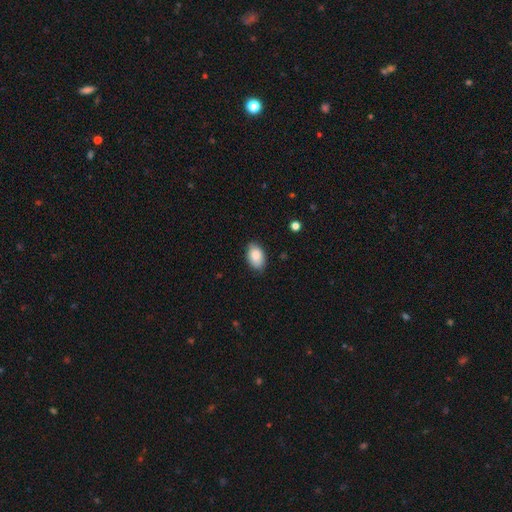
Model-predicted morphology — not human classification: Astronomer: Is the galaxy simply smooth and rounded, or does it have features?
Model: smooth — 87%.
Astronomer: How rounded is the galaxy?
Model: in between — 91%.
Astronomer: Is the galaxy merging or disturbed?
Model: none — 82%.